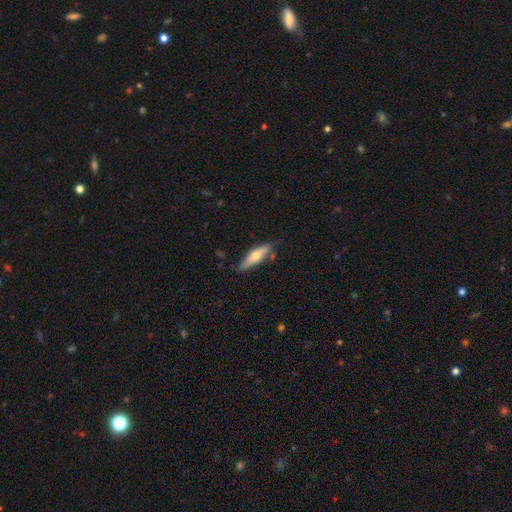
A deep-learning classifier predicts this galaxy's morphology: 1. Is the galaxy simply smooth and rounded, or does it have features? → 59% smooth, 35% featured or disk, 6% star or artifact.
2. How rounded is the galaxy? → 62% cigar-shaped, 36% in between, 2% round.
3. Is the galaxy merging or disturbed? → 76% none, 18% minor disturbance, 3% merger, 3% major disturbance.